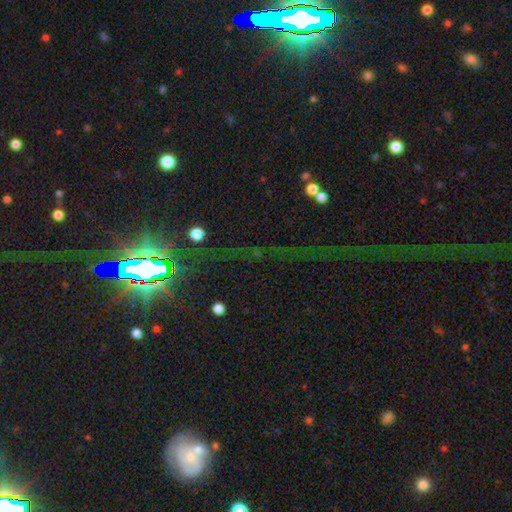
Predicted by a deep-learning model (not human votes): smooth_or_featured: star or artifact (p=0.80) [alt: featured or disk p=0.10]